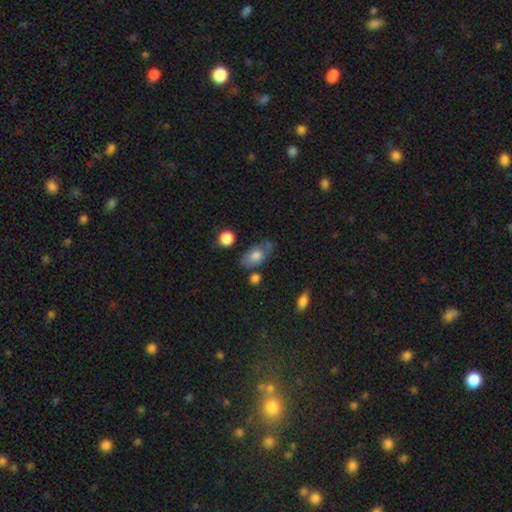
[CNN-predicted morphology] Smooth or featured: smooth — 73% (featured or disk — 18%)
How rounded: in between — 86% (round — 11%)
Merging: none — 57% (minor disturbance — 25%)